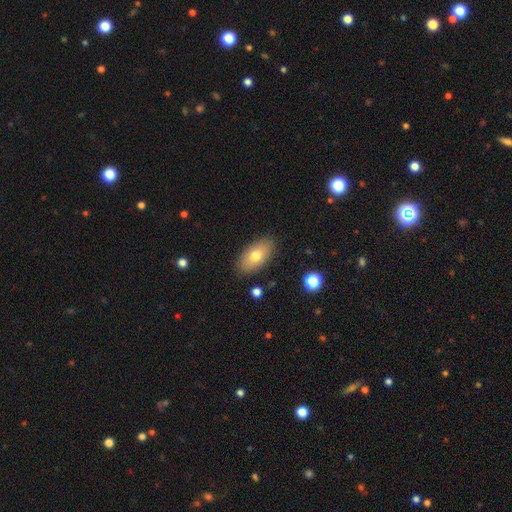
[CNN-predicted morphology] Smooth or featured: smooth — 73% (featured or disk — 20%)
How rounded: in between — 92% (round — 5%)
Merging: none — 86% (minor disturbance — 10%)